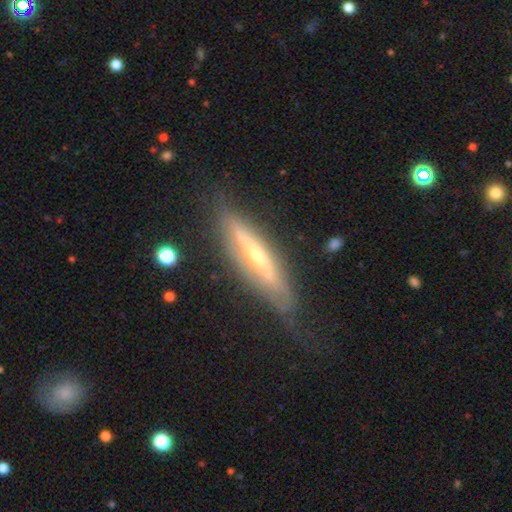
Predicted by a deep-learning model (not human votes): smooth_or_featured: featured or disk (p=0.71) [alt: smooth p=0.23]
disk_edge_on: yes (p=0.85) [alt: no p=0.15]
edge_on_bulge: rounded (p=0.73) [alt: none p=0.22]
merging: none (p=0.68) [alt: minor disturbance p=0.22]